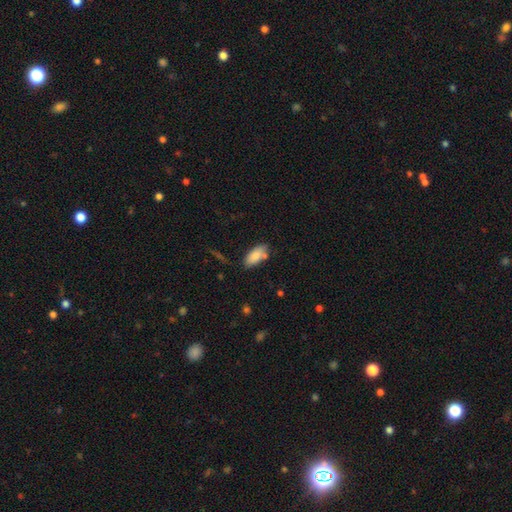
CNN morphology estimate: smooth-or-featured: smooth: 84% | featured or disk: 10% | star or artifact: 7%
  how-rounded: in between: 87% | cigar-shaped: 10% | round: 2%
  merging: none: 68% | minor disturbance: 19% | merger: 9% | major disturbance: 4%